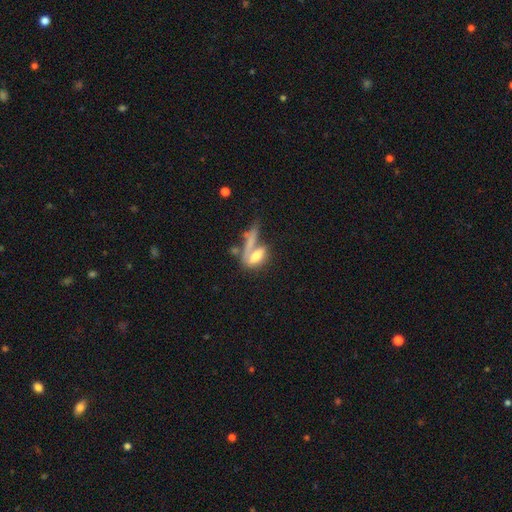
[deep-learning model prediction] Smooth or featured? smooth (60%)
How rounded? in between (59%)
Merging? merger (42%)